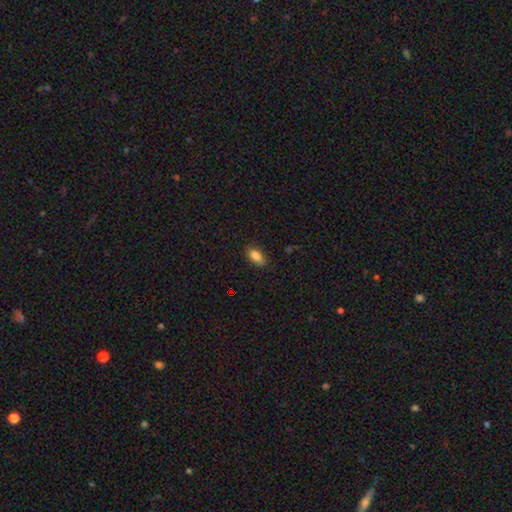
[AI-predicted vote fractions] smooth-or-featured: smooth: 83% | star or artifact: 10% | featured or disk: 7%
  how-rounded: in between: 87% | cigar-shaped: 8% | round: 5%
  merging: none: 80% | minor disturbance: 16% | major disturbance: 3% | merger: 1%